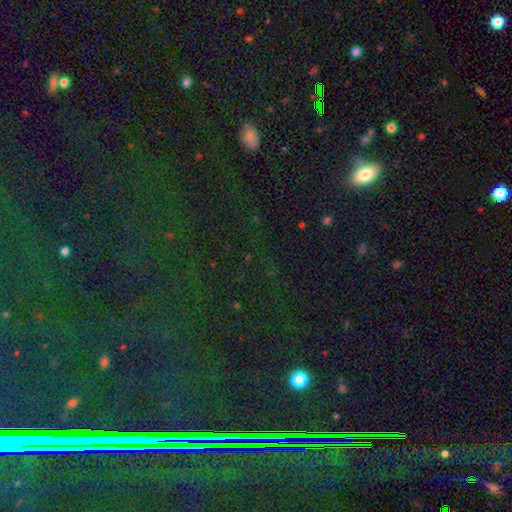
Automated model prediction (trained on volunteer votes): smooth-or-featured: star or artifact: 72% | smooth: 19% | featured or disk: 10%